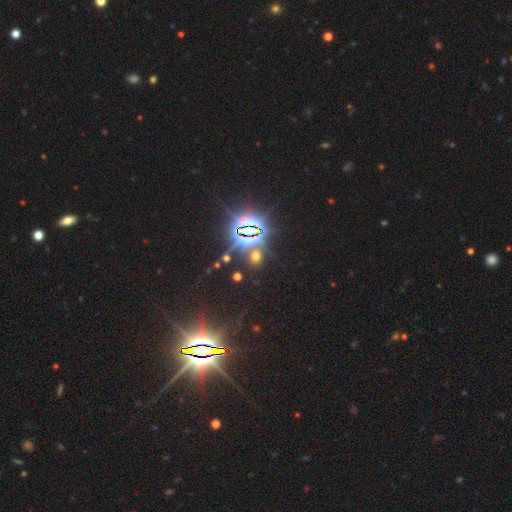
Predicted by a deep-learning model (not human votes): star or artifact 64%, smooth 28%, featured or disk 7%.